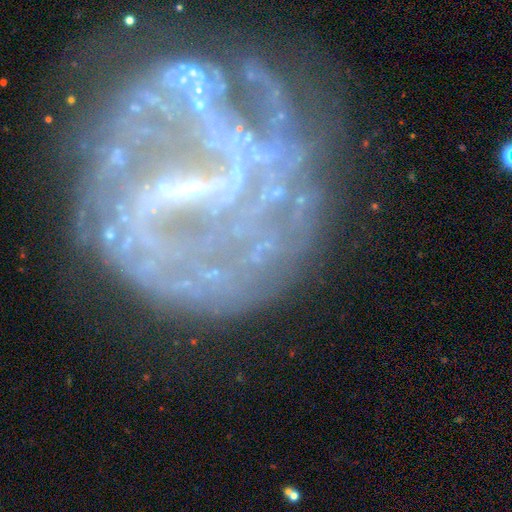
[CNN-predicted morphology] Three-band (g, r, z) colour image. It shows a featured or disk galaxy (85%) with a strong bar (58%), 2 (48%) medium (39%) spiral arms (88%) and a small central bulge (72%). Merging: none (58%).